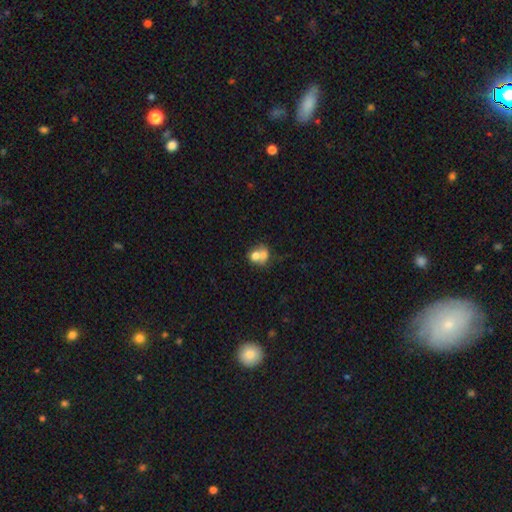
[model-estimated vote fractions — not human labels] A smooth galaxy with no disk features (65%) that is round (61%).

Vote fractions:
- Smooth or featured? smooth: 65% / featured or disk: 25% / star or artifact: 10%
- How rounded? round: 61% / in between: 38% / cigar-shaped: 1%
- Merging? merger: 66% / none: 23% / minor disturbance: 6% / major disturbance: 4%